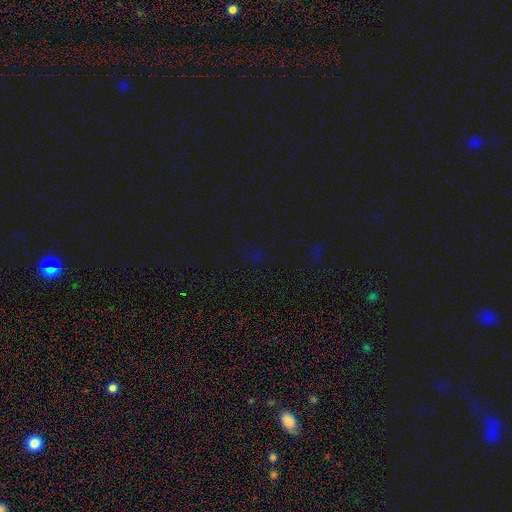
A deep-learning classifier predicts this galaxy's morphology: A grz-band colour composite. It shows a star or artifact, not a galaxy (72%).